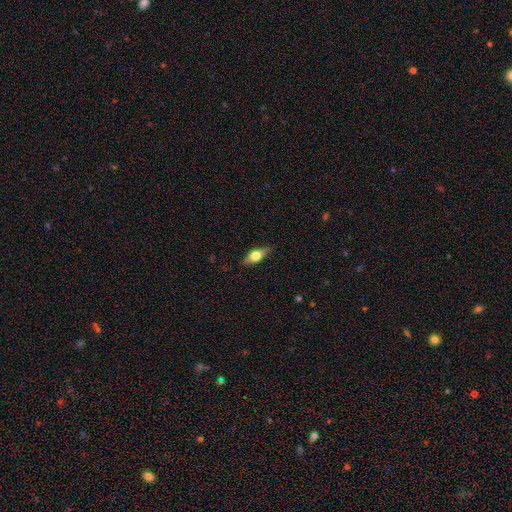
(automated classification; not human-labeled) Q: Smooth or featured?
A: smooth (54%); runner-up: featured or disk (38%)
Q: How rounded?
A: in between (70%); runner-up: cigar-shaped (25%)
Q: Merging?
A: none (85%); runner-up: minor disturbance (11%)